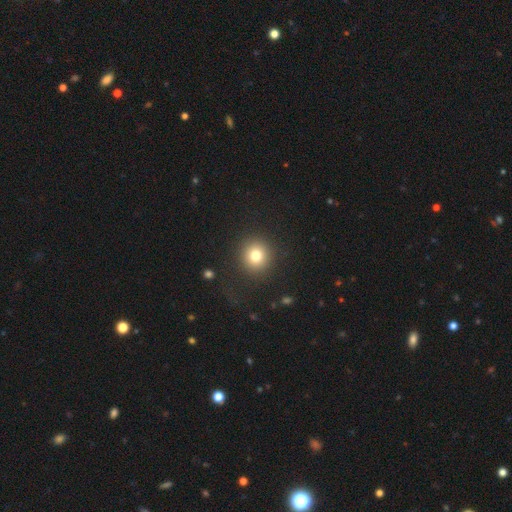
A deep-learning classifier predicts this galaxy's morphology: smooth-or-featured: smooth: 78% | star or artifact: 12% | featured or disk: 10%
  how-rounded: round: 91% | in between: 8% | cigar-shaped: 1%
  merging: none: 88% | minor disturbance: 7% | major disturbance: 4% | merger: 1%